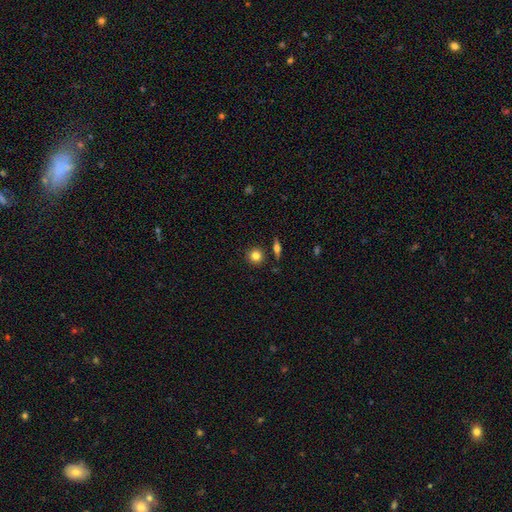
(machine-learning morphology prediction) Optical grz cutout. It shows a smooth galaxy with no disk features (80%) that is round (89%). Merging: none (85%).